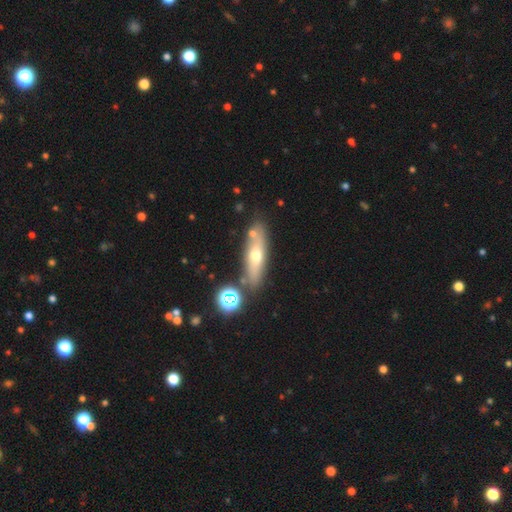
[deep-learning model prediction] This appears to be a smooth galaxy with no disk features (49%). Merging: none (76%).